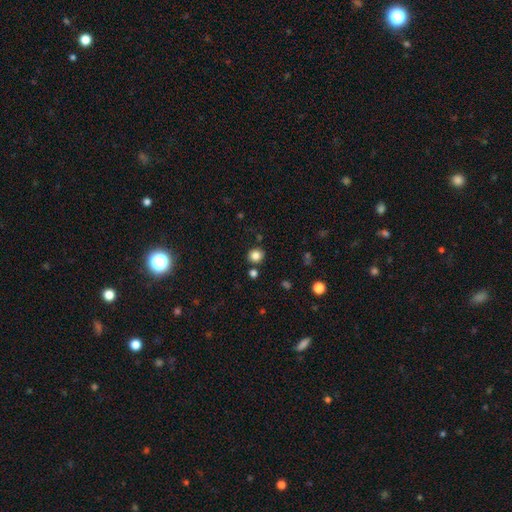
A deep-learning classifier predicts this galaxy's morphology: Overall: smooth (83%). How rounded: round (86%). Merging: none (83%).